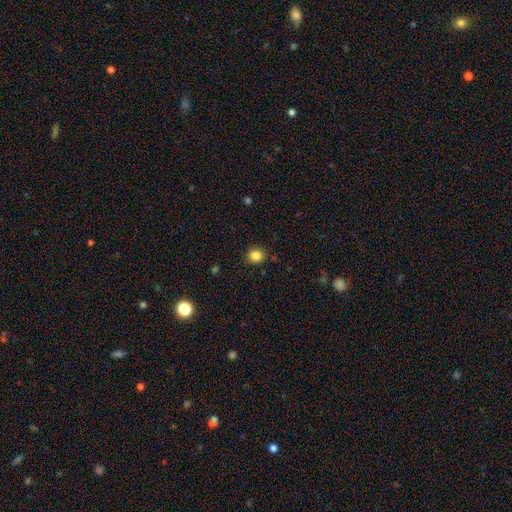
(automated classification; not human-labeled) Smooth or featured? smooth (84%)
How rounded? round (84%)
Merging? none (90%)